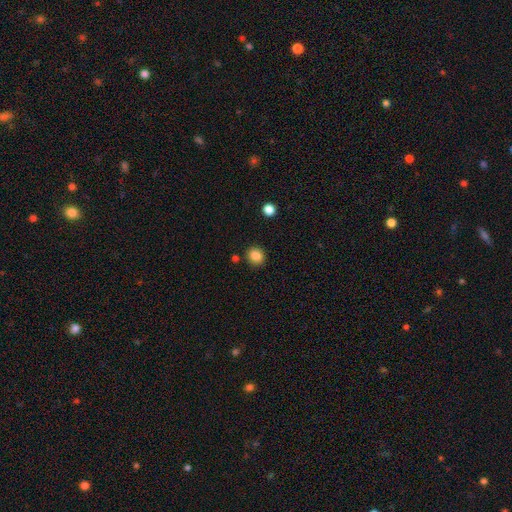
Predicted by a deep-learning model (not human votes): Smooth or featured? smooth (86%)
How rounded? round (84%)
Merging? none (88%)